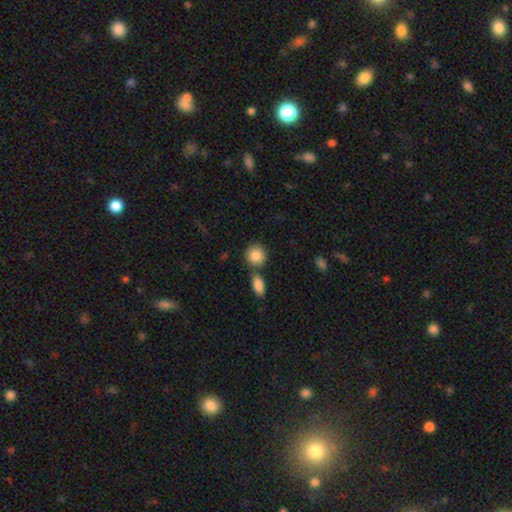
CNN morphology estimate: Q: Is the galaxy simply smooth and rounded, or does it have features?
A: smooth — 88%.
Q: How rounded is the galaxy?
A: round — 79%.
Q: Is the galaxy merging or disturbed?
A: none — 68%.